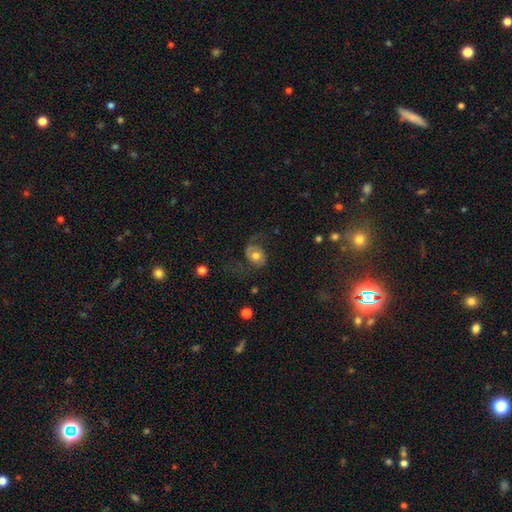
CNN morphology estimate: Smooth or featured: featured or disk — 56% (smooth — 35%)
Edge-on disk: no — 96% (yes — 4%)
Bar: no — 73% (weak — 21%)
Spiral arms: yes — 83% (no — 17%)
Bulge size: moderate — 68% (small — 15%)
Merging: none — 47% (major disturbance — 31%)